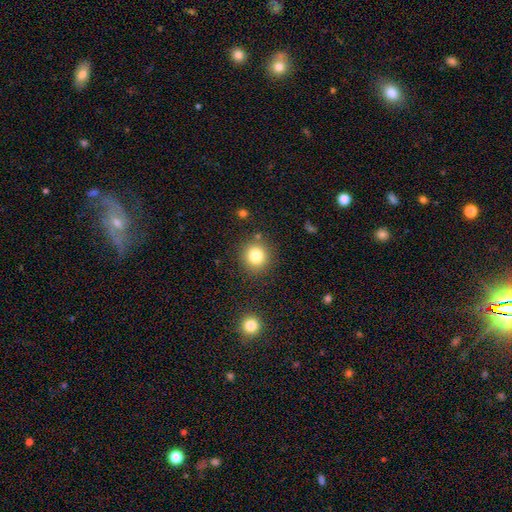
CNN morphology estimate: This appears to be a smooth galaxy with no disk features (82%) that is round (92%). Merging: none (86%).